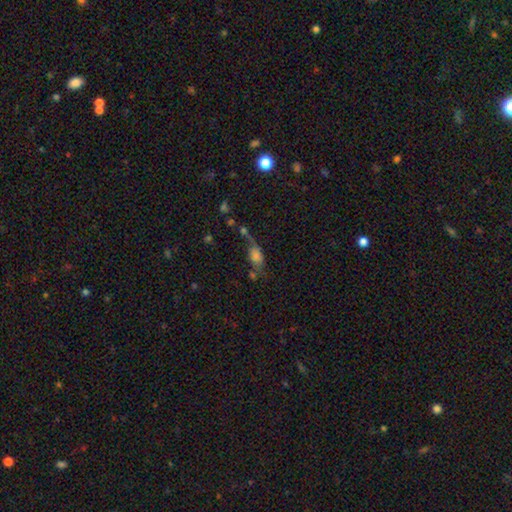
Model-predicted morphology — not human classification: This appears to be a smooth galaxy with no disk features (57%) that is in between round and cigar-shaped (75%). Merging: none (31%).